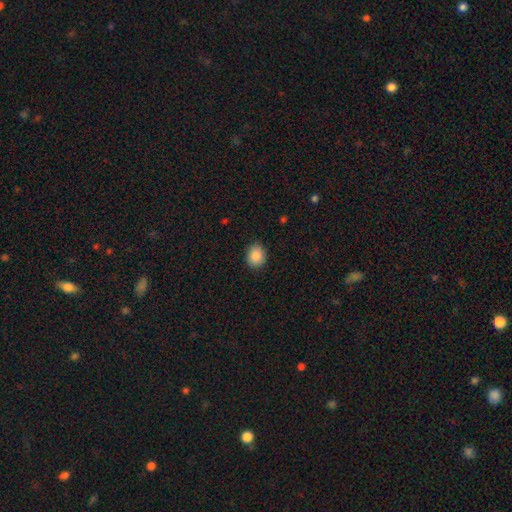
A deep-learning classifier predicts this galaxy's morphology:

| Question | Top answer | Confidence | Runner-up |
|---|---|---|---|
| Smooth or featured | smooth | 87% | star or artifact (8%) |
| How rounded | round | 60% | in between (39%) |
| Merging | none | 88% | minor disturbance (9%) |